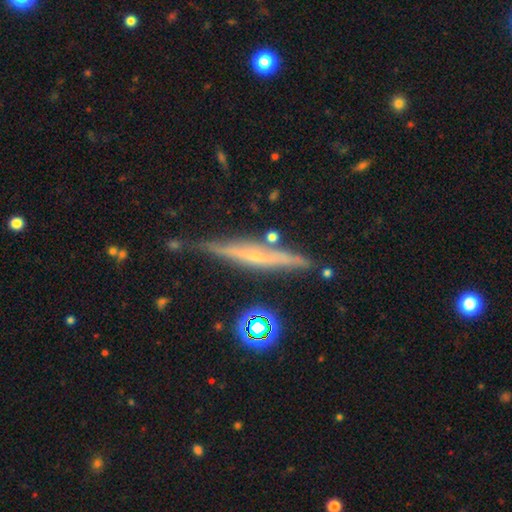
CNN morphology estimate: smooth_or_featured: featured or disk (p=0.73) [alt: smooth p=0.19]
disk_edge_on: yes (p=0.96) [alt: no p=0.04]
edge_on_bulge: rounded (p=0.48) [alt: none p=0.44]
merging: none (p=0.82) [alt: minor disturbance p=0.12]